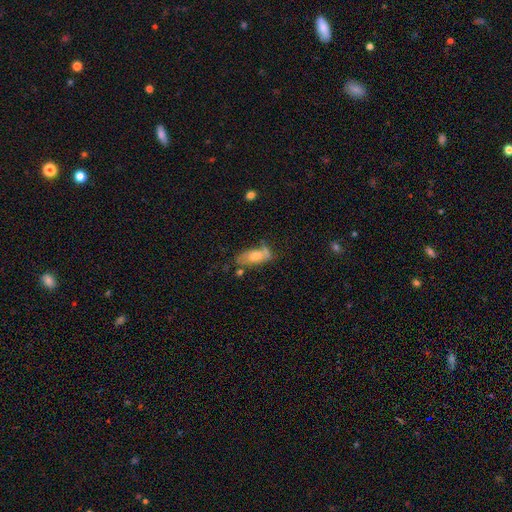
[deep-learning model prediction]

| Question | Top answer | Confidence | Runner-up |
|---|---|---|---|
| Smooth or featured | smooth | 61% | featured or disk (32%) |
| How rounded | in between | 82% | cigar-shaped (15%) |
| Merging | none | 47% | minor disturbance (28%) |